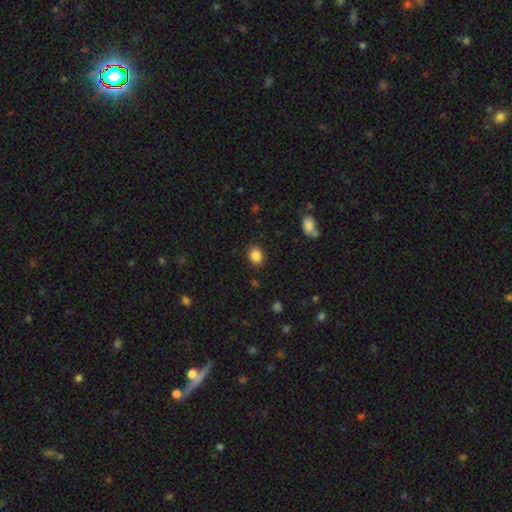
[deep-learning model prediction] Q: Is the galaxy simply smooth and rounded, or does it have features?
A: smooth — 87%.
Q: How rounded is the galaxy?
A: in between — 62%.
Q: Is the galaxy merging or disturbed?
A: none — 87%.